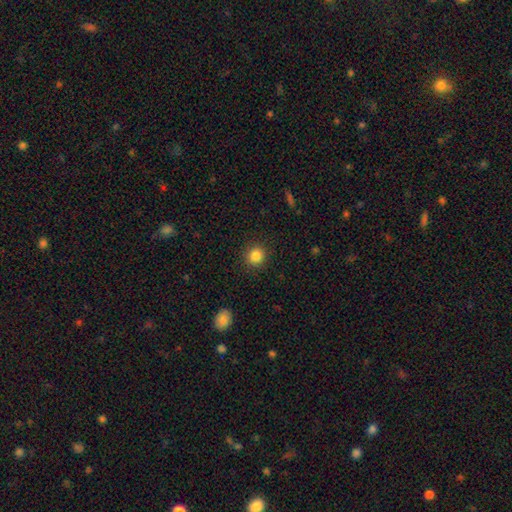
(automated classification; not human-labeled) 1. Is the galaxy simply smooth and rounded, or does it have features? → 85% smooth, 11% star or artifact, 4% featured or disk.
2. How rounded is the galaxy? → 90% round, 9% in between, 1% cigar-shaped.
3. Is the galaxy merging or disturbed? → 91% none, 6% minor disturbance, 2% major disturbance, 1% merger.